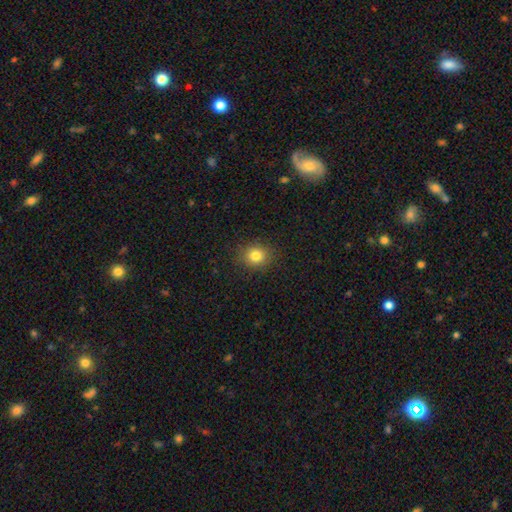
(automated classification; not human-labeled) Q: Smooth or featured?
A: smooth (81%); runner-up: star or artifact (12%)
Q: How rounded?
A: round (75%); runner-up: in between (24%)
Q: Merging?
A: none (88%); runner-up: minor disturbance (8%)